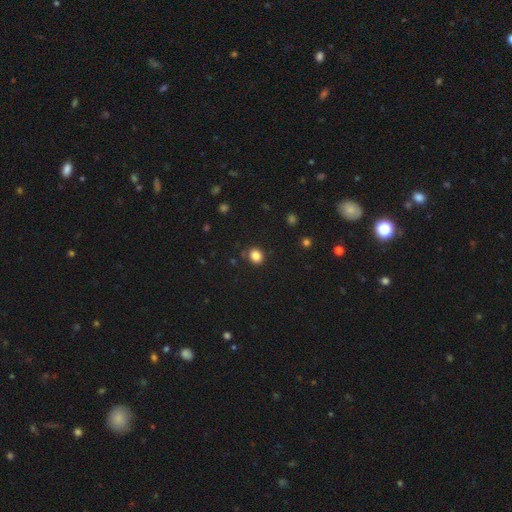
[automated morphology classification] A smooth galaxy with no disk features (84%) that is round (63%). Merging: none (85%).